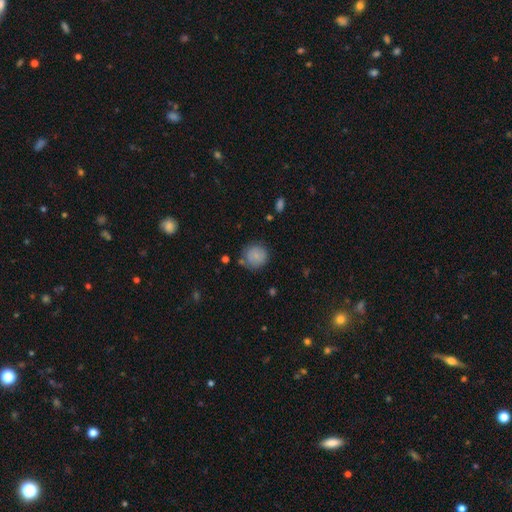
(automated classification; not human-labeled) This appears to be a smooth galaxy with no disk features (79%) that is round (90%). Merging: none (73%).